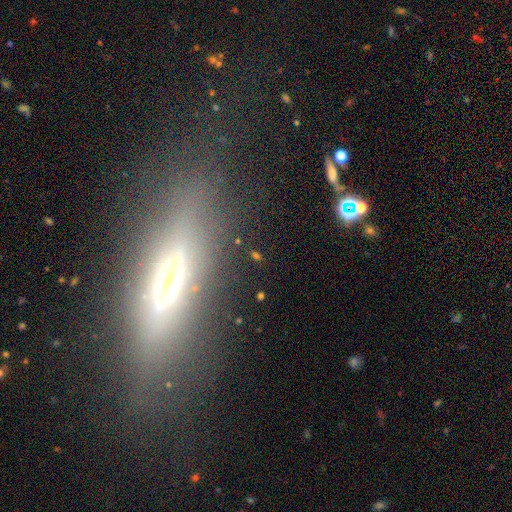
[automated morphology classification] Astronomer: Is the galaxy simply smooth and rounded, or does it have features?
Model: featured or disk — 39% (runner-up: star or artifact, 31%).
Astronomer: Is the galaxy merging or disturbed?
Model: none — 74%.